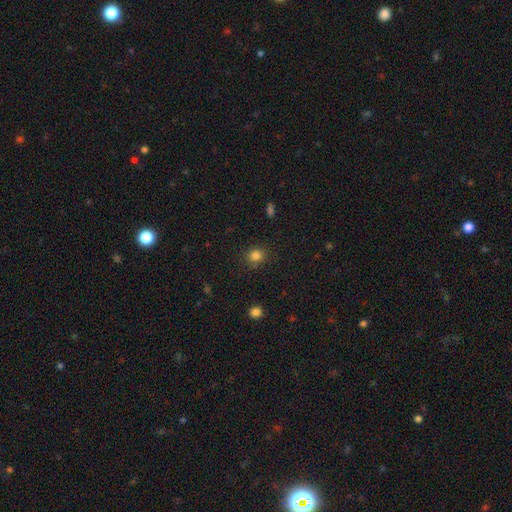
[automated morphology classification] This appears to be a smooth galaxy with no disk features (81%) that is round (78%). Merging: none (84%).